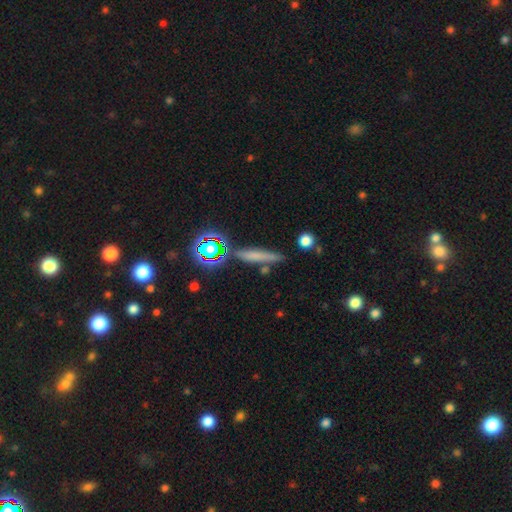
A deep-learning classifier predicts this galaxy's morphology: Smooth or featured: smooth — 55% (featured or disk — 27%)
How rounded: cigar-shaped — 84% (in between — 9%)
Merging: none — 78% (minor disturbance — 12%)